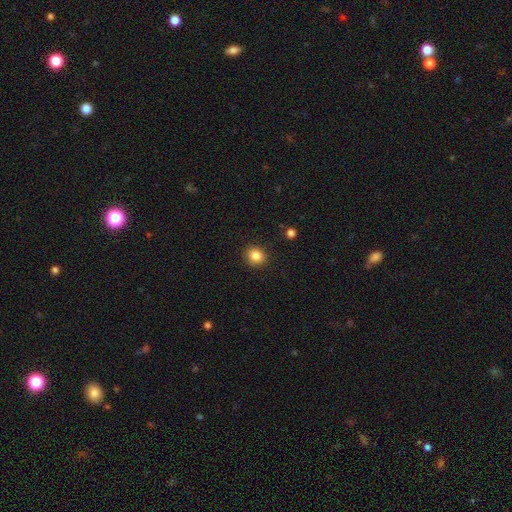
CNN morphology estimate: smooth-or-featured: smooth: 85% | star or artifact: 11% | featured or disk: 5%
  how-rounded: round: 83% | in between: 16% | cigar-shaped: 1%
  merging: none: 90% | minor disturbance: 6% | major disturbance: 2% | merger: 1%